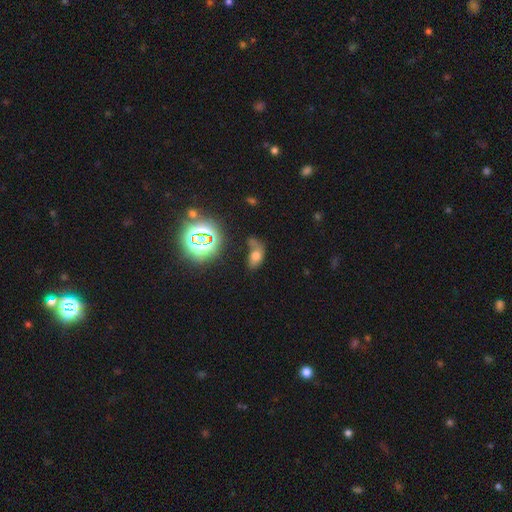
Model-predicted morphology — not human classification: A smooth galaxy with no disk features (57%) that is in between round and cigar-shaped (82%). Merging: none (30%).